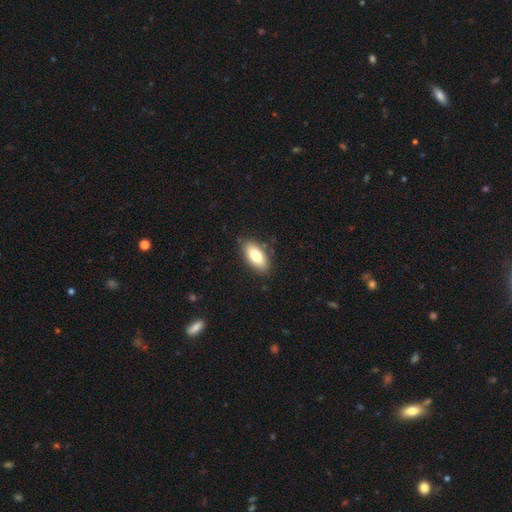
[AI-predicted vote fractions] This is likely a smooth galaxy (78%). How rounded: clearly in between (89%). Merging: clearly none (84%).